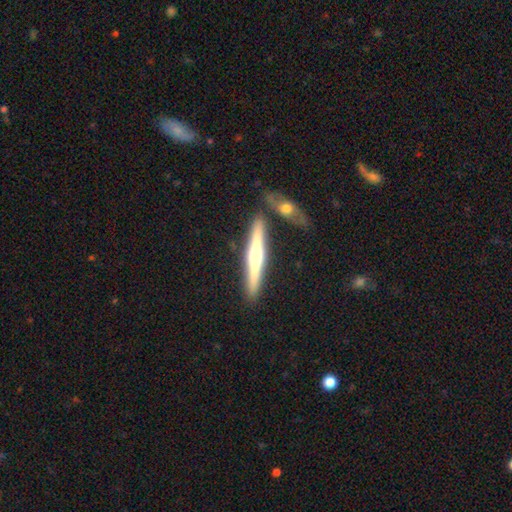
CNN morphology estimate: This is likely a featured or disk galaxy (62%). It is clearly viewed edge-on (96%). Edge-on bulge: clearly rounded (84%). Merging: clearly none (83%).